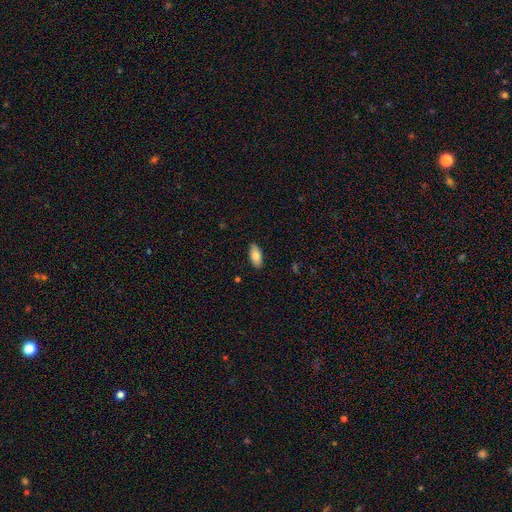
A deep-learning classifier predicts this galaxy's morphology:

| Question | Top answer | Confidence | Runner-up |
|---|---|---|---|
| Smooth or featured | smooth | 79% | featured or disk (15%) |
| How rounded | in between | 90% | cigar-shaped (8%) |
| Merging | none | 89% | minor disturbance (8%) |